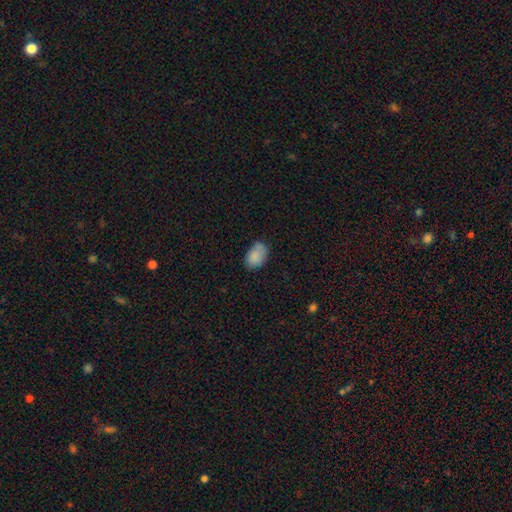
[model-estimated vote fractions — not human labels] Smooth or featured: smooth — 85% (featured or disk — 8%)
How rounded: in between — 86% (round — 13%)
Merging: none — 68% (minor disturbance — 25%)